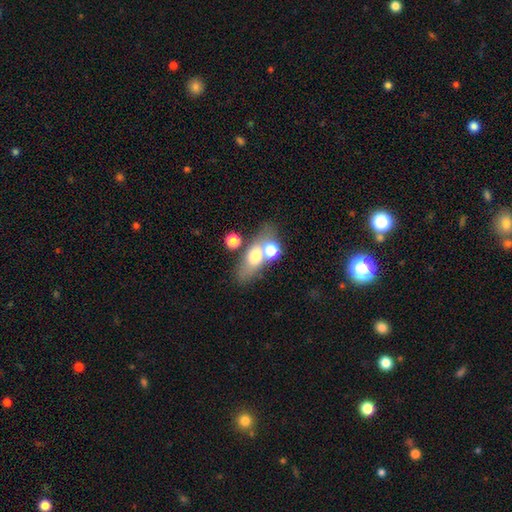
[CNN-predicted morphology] smooth 61%, featured or disk 28%, star or artifact 11%. Down the decision tree: how rounded — in between (63%); merging — none (44%).